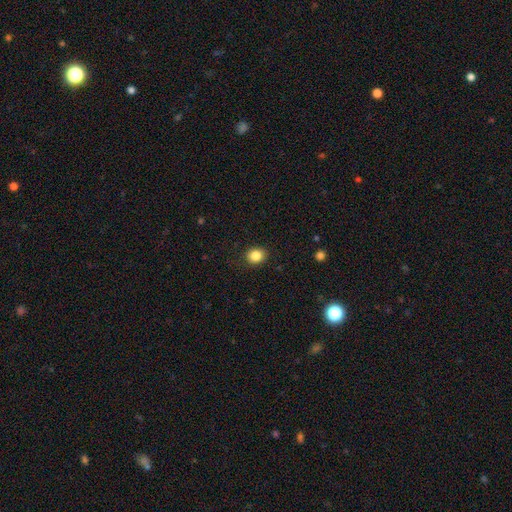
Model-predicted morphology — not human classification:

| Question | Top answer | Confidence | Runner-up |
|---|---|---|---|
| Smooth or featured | smooth | 85% | star or artifact (10%) |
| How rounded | round | 71% | in between (28%) |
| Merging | none | 89% | minor disturbance (8%) |